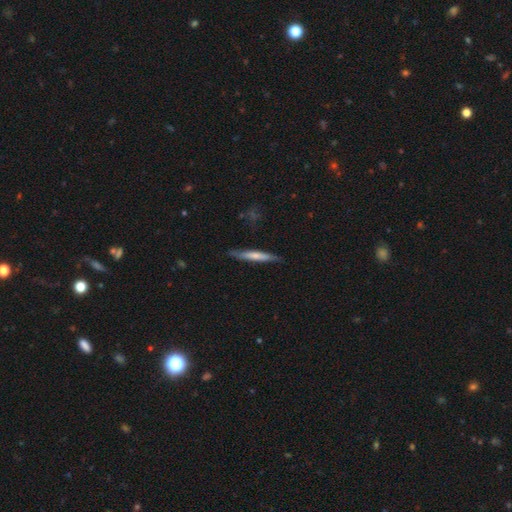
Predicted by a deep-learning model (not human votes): Smooth or featured?
  - smooth: 58% *
  - featured or disk: 36%
  - star or artifact: 5%
How rounded?
  - cigar-shaped: 93% *
  - in between: 5%
  - round: 1%
Merging?
  - none: 81% *
  - minor disturbance: 15%
  - major disturbance: 3%
  - merger: 1%